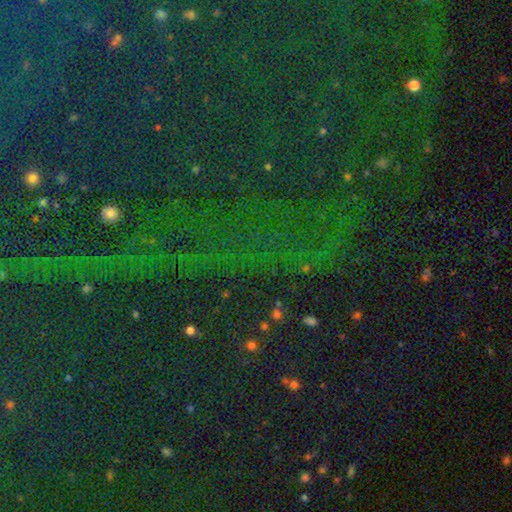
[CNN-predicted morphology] A star or artifact, not a galaxy (77%).

Vote fractions:
- Smooth or featured? star or artifact: 77% / smooth: 14% / featured or disk: 8%